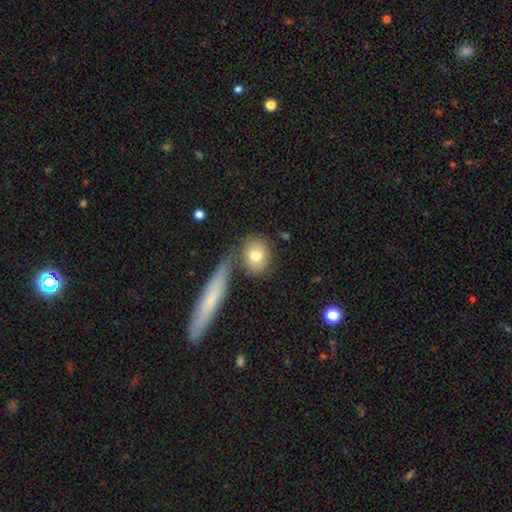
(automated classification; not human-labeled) Smooth or featured?
  - smooth: 77% *
  - featured or disk: 15%
  - star or artifact: 8%
How rounded?
  - round: 66% *
  - in between: 30%
  - cigar-shaped: 4%
Merging?
  - none: 67% *
  - merger: 16%
  - minor disturbance: 13%
  - major disturbance: 5%